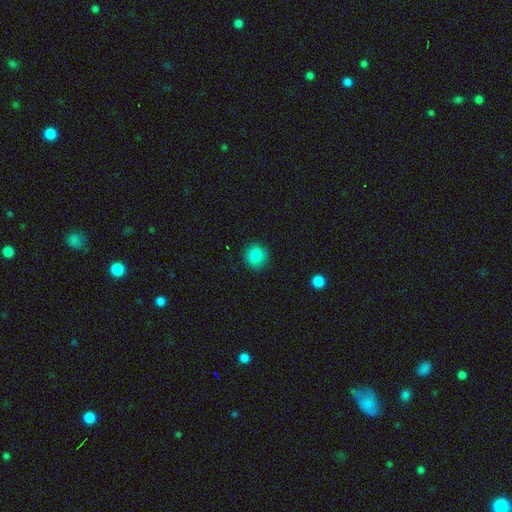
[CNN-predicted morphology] Smooth or featured? smooth (87%)
How rounded? round (89%)
Merging? none (89%)